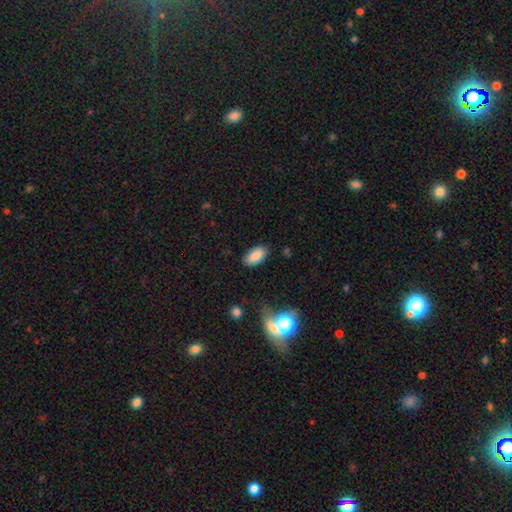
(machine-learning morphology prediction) smooth_or_featured: smooth (p=0.86) [alt: star or artifact p=0.09]
how_rounded: in between (p=0.93) [alt: cigar-shaped p=0.03]
merging: none (p=0.83) [alt: minor disturbance p=0.12]